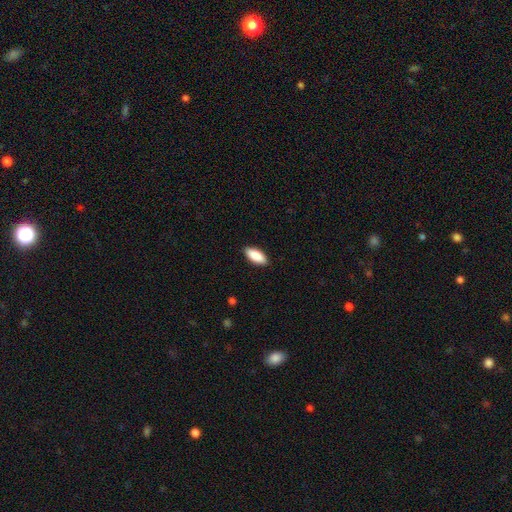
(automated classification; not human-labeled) Smooth or featured? smooth (89%)
How rounded? in between (85%)
Merging? none (89%)